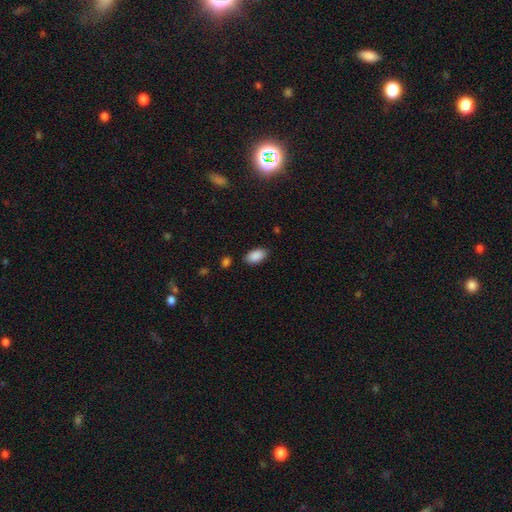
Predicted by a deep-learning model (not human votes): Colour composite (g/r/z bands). It shows a smooth galaxy with no disk features (89%) that is in between round and cigar-shaped (94%). Merging: none (83%).